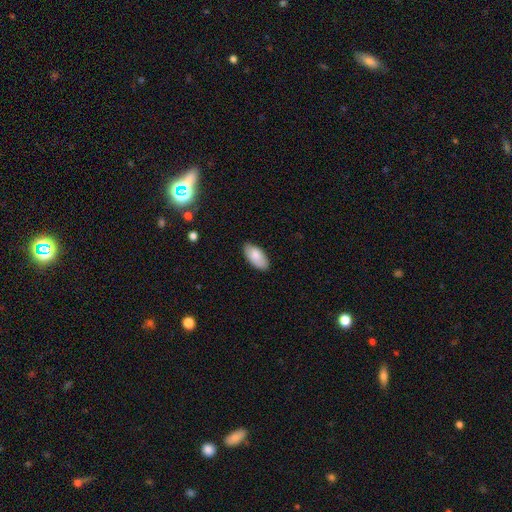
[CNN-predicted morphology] A smooth galaxy with no disk features (84%) that is in between round and cigar-shaped (95%). Merging: none (82%).